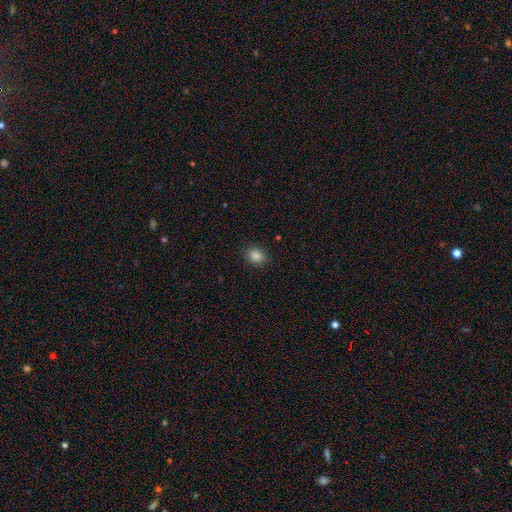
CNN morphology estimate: Smooth or featured?
  - smooth: 86% *
  - star or artifact: 10%
  - featured or disk: 4%
How rounded?
  - round: 50% *
  - in between: 49%
  - cigar-shaped: 1%
Merging?
  - none: 89% *
  - minor disturbance: 8%
  - major disturbance: 2%
  - merger: 1%